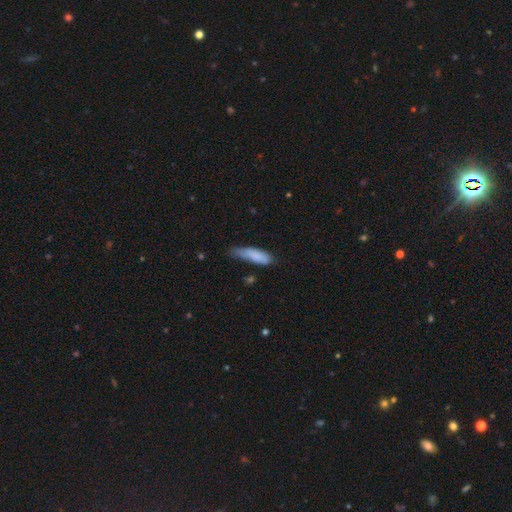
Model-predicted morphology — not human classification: Smooth or featured: smooth — 82% (featured or disk — 11%)
How rounded: cigar-shaped — 57% (in between — 41%)
Merging: minor disturbance — 43% (none — 41%)